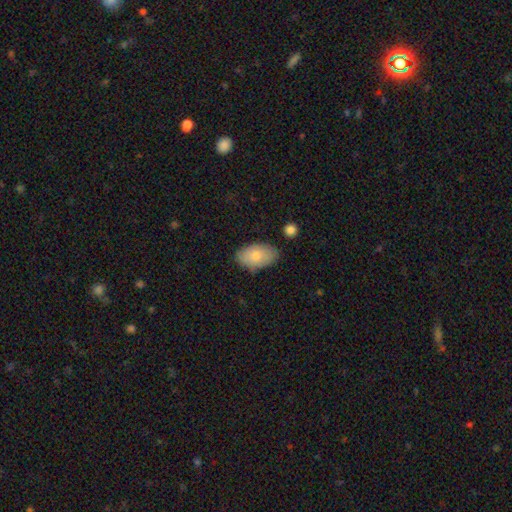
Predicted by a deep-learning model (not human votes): Q: Smooth or featured?
A: smooth (76%); runner-up: featured or disk (18%)
Q: How rounded?
A: in between (94%); runner-up: round (5%)
Q: Merging?
A: none (76%); runner-up: minor disturbance (18%)